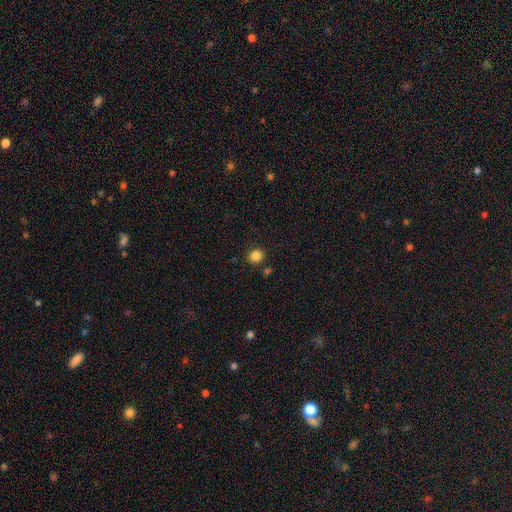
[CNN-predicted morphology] type=smooth (85%); roundness=round (85%); merging=none (85%).